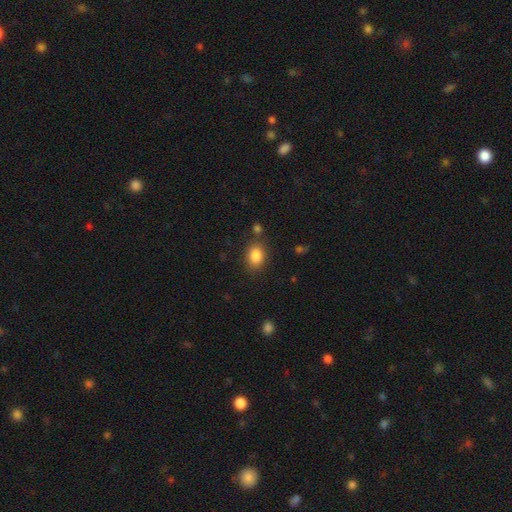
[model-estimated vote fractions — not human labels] Morphology: type=smooth (86%); roundness=in between (69%); merging=none (79%).